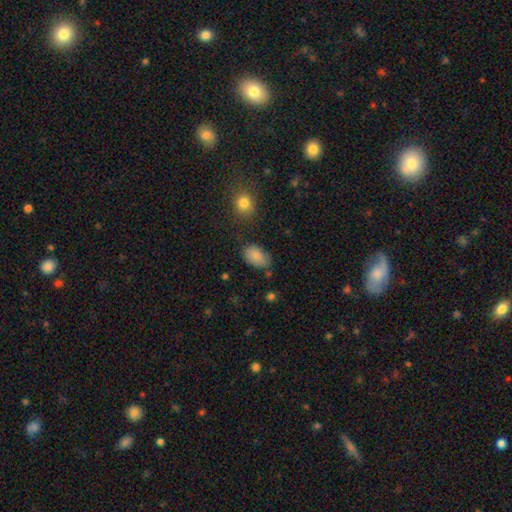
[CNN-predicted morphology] Overall: smooth (85%). How rounded: in between (90%). Merging: none (66%).